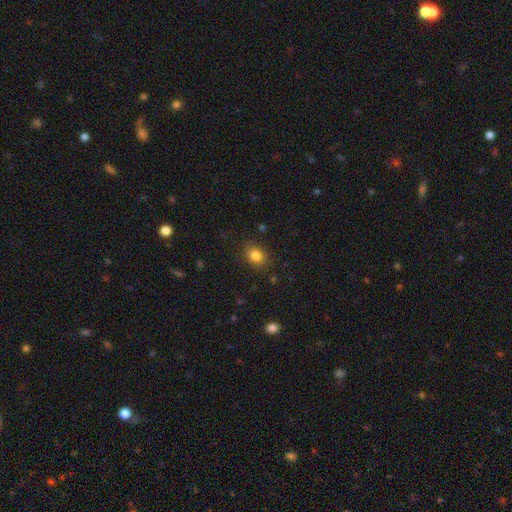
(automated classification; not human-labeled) Smooth or featured?
  - smooth: 84% *
  - star or artifact: 11%
  - featured or disk: 6%
How rounded?
  - in between: 50% *
  - round: 49%
  - cigar-shaped: 1%
Merging?
  - none: 84% *
  - minor disturbance: 11%
  - major disturbance: 3%
  - merger: 1%